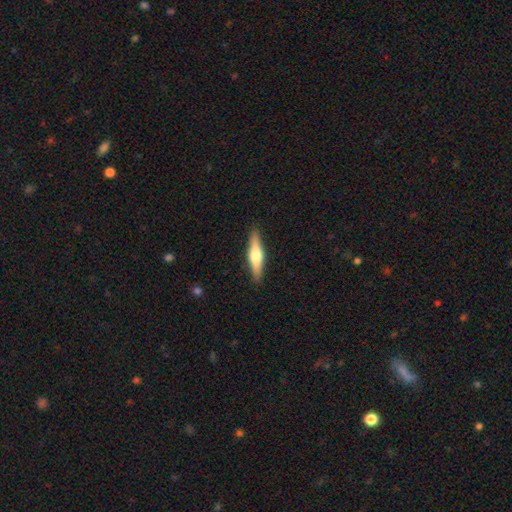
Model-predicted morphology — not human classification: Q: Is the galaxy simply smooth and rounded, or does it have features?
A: featured or disk — 53%.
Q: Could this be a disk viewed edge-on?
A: yes — 95%.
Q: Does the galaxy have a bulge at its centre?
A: rounded — 90%.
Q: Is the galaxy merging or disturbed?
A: none — 90%.